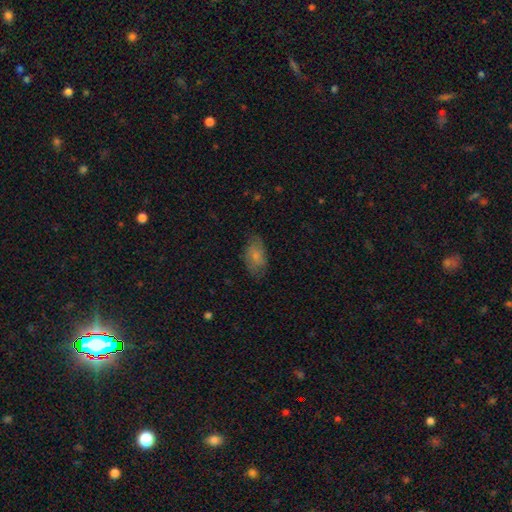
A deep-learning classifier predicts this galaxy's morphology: Smooth or featured? Predicted: smooth (p=0.74). How rounded? Predicted: in between (p=0.92). Merging? Predicted: none (p=0.73).